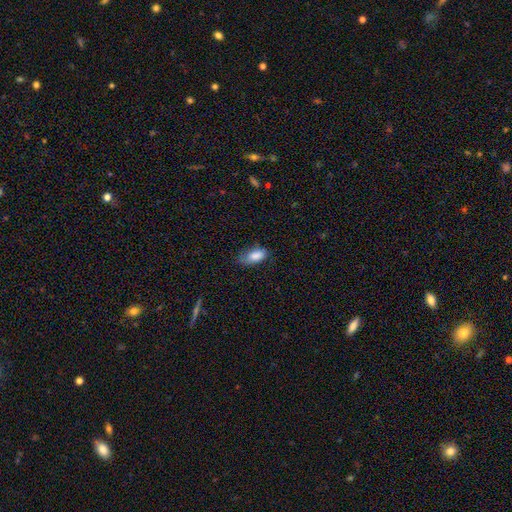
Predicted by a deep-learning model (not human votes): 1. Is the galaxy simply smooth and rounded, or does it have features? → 85% smooth, 8% featured or disk, 7% star or artifact.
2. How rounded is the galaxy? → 89% in between, 8% cigar-shaped, 3% round.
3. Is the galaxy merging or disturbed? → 57% none, 33% minor disturbance, 9% major disturbance, 2% merger.